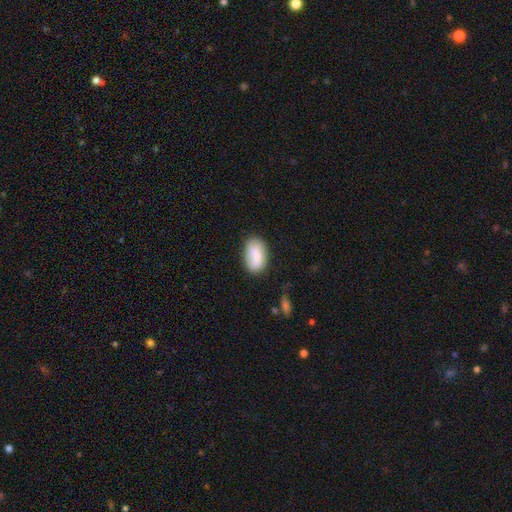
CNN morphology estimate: Smooth or featured? Predicted: smooth (p=0.79). How rounded? Predicted: in between (p=0.92). Merging? Predicted: none (p=0.73).